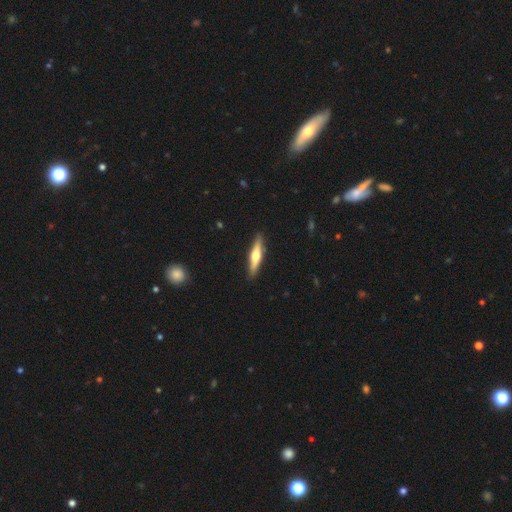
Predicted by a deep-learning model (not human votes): This is possibly a featured or disk galaxy (55%). It is clearly viewed edge-on (95%). Edge-on bulge: clearly rounded (90%). Merging: clearly none (90%).